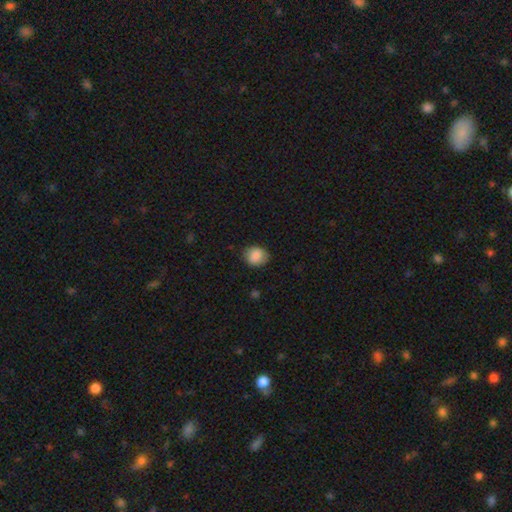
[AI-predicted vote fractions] Morphology: type=smooth (87%); roundness=round (69%); merging=none (80%).